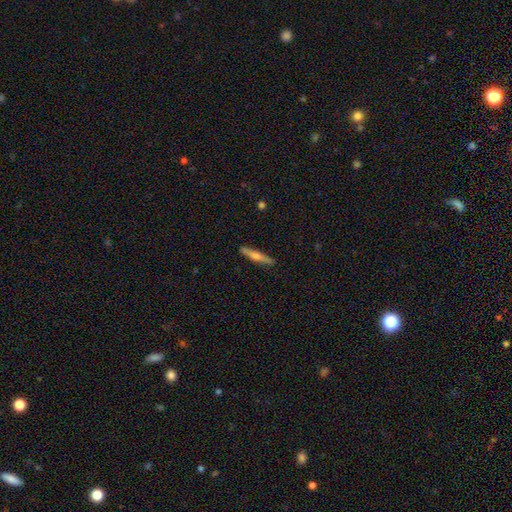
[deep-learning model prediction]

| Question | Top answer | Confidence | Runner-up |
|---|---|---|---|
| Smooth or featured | featured or disk | 51% | smooth (43%) |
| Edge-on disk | yes | 95% | no (5%) |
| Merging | none | 89% | minor disturbance (8%) |